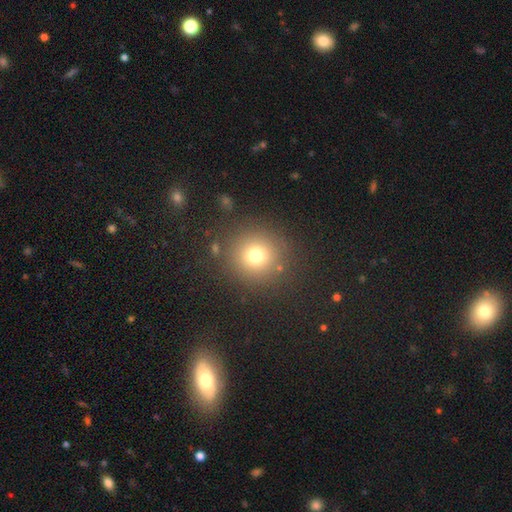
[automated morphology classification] Q: Smooth or featured?
A: smooth (74%); runner-up: star or artifact (17%)
Q: How rounded?
A: round (94%); runner-up: in between (6%)
Q: Merging?
A: none (85%); runner-up: minor disturbance (8%)